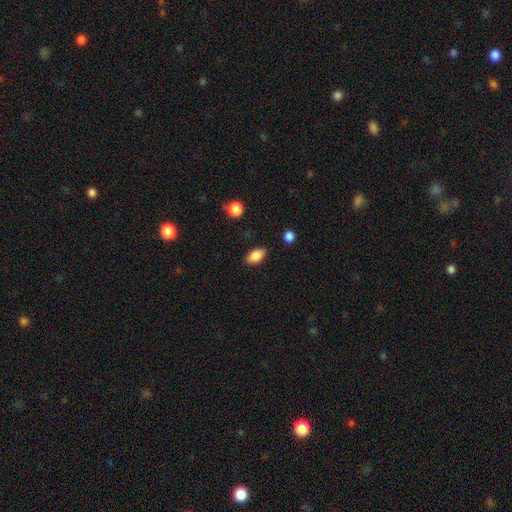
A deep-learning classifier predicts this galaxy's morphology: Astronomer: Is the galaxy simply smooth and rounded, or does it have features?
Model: smooth — 86%.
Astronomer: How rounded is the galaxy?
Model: in between — 91%.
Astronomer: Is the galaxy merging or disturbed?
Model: none — 85%.